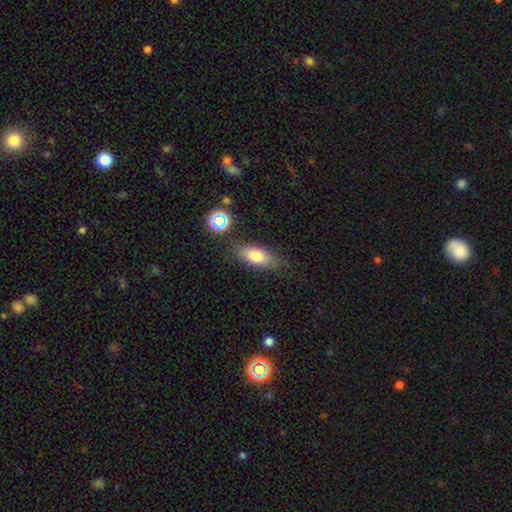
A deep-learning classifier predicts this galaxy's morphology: smooth 74%, featured or disk 16%, star or artifact 10%. Down the decision tree: how rounded — in between (79%); merging — none (79%).